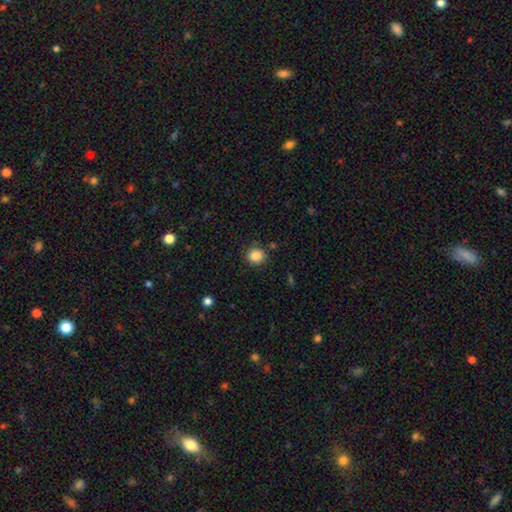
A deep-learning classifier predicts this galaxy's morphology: smooth 85%, star or artifact 10%, featured or disk 4%. Down the decision tree: how rounded — round (85%); merging — none (85%).